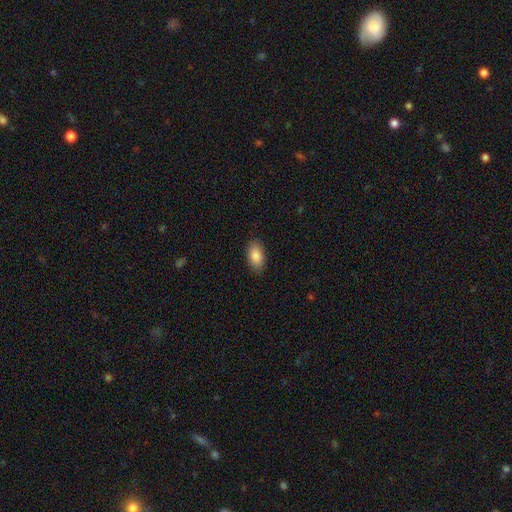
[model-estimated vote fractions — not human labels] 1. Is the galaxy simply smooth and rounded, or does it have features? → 87% smooth, 7% star or artifact, 6% featured or disk.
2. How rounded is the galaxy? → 93% in between, 5% round, 2% cigar-shaped.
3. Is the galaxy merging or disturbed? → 87% none, 9% minor disturbance, 2% major disturbance, 1% merger.